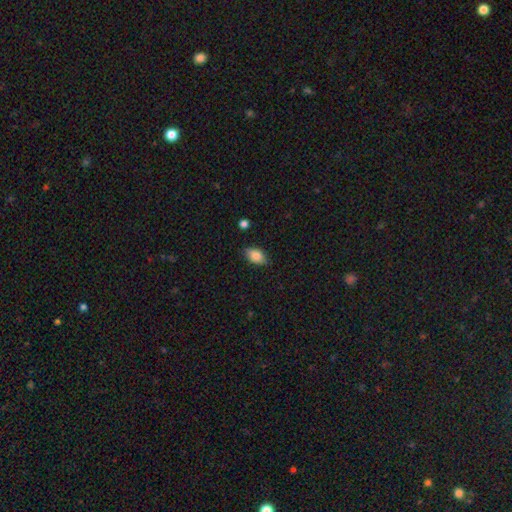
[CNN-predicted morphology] This appears to be a smooth galaxy with no disk features (85%) that is in between round and cigar-shaped (90%). Merging: none (84%).